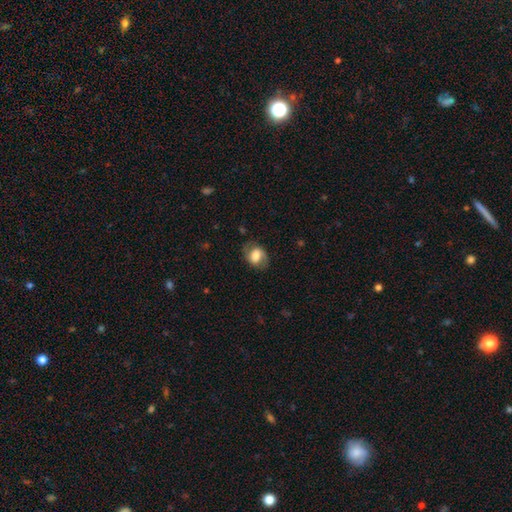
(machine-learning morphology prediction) smooth_or_featured: smooth (p=0.56) [alt: featured or disk p=0.36]
how_rounded: in between (p=0.71) [alt: round p=0.28]
merging: none (p=0.72) [alt: minor disturbance p=0.18]